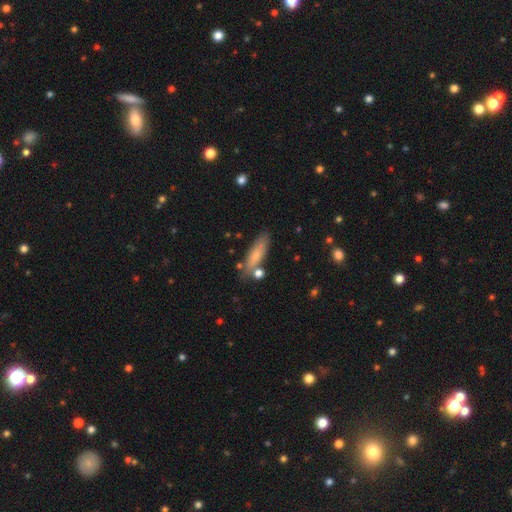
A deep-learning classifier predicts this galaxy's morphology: The model was most divided on "how rounded": cigar-shaped: 60%, in between: 38%, round: 2%. More confident: smooth or featured — smooth (74%); merging — none (71%).